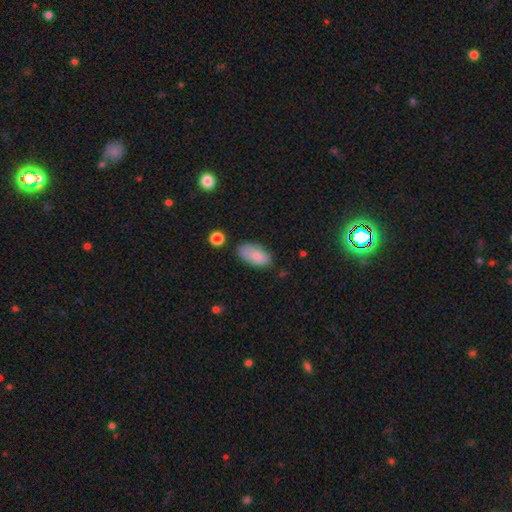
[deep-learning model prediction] Smooth or featured? Predicted: smooth (p=0.81). How rounded? Predicted: in between (p=0.93). Merging? Predicted: none (p=0.67).